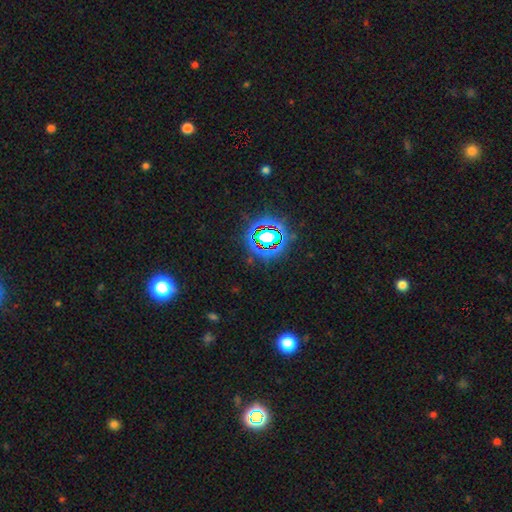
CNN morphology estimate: A star or artifact, not a galaxy (81%).